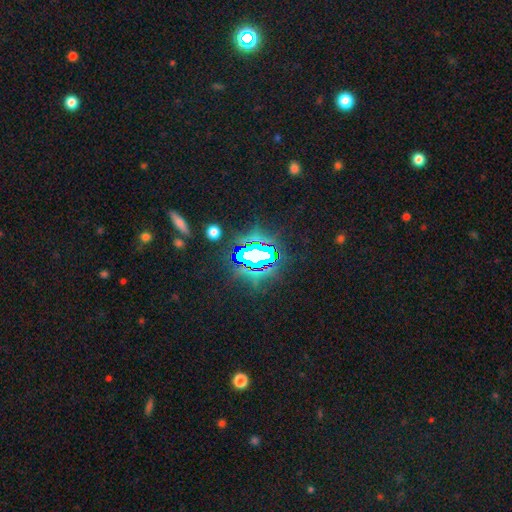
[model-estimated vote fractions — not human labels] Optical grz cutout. It shows a star or artifact, not a galaxy (75%).